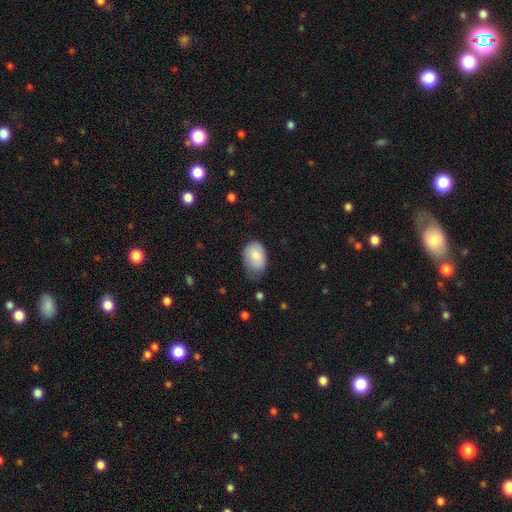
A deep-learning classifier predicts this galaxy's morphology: Smooth or featured? smooth (82%)
How rounded? in between (84%)
Merging? none (44%)